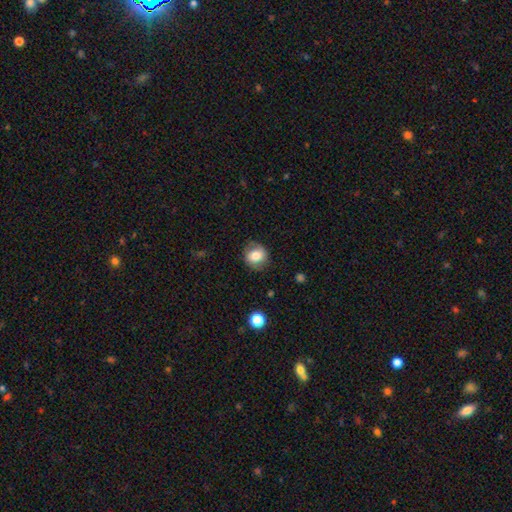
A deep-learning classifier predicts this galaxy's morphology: type=smooth (78%); roundness=round (79%); merging=none (79%).